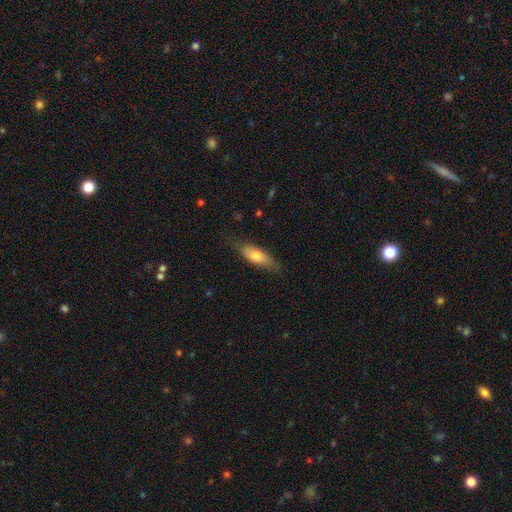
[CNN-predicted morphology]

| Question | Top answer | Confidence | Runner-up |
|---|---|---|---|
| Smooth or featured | smooth | 72% | featured or disk (23%) |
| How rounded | in between | 58% | cigar-shaped (40%) |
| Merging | none | 74% | minor disturbance (20%) |